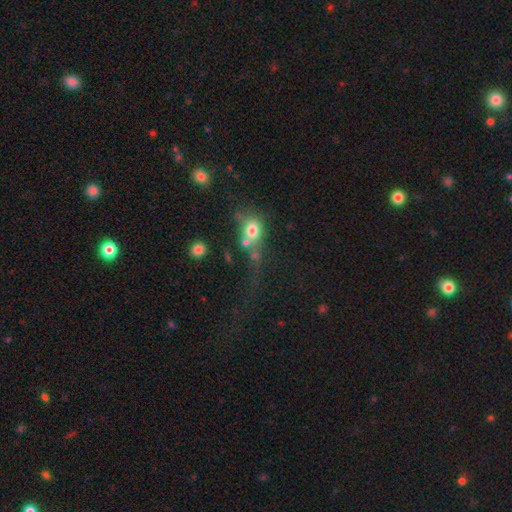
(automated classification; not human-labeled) Q: Smooth or featured?
A: smooth (64%); runner-up: star or artifact (18%)
Q: How rounded?
A: round (63%); runner-up: in between (32%)
Q: Merging?
A: merger (35%); runner-up: none (31%)